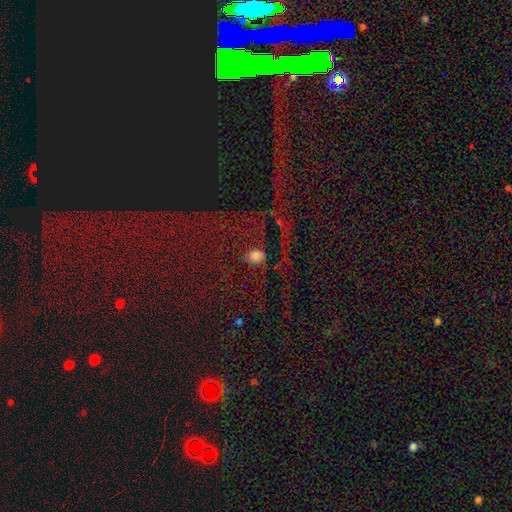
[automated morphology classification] smooth-or-featured: smooth: 45% | star or artifact: 43% | featured or disk: 12%
  merging: none: 63% | minor disturbance: 16% | major disturbance: 14% | merger: 7%